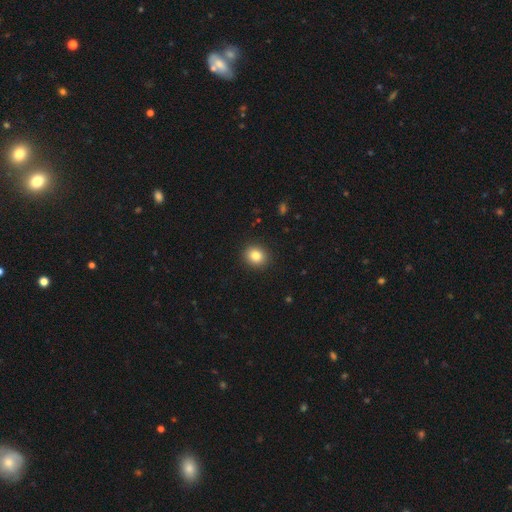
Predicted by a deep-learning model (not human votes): Q: Smooth or featured?
A: smooth (83%); runner-up: star or artifact (10%)
Q: How rounded?
A: round (76%); runner-up: in between (24%)
Q: Merging?
A: none (91%); runner-up: minor disturbance (6%)